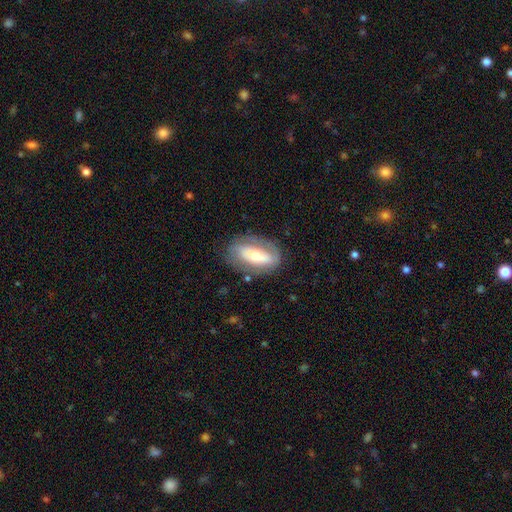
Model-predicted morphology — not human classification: Smooth or featured? featured or disk (54%)
Edge-on disk? no (86%)
Merging? none (73%)